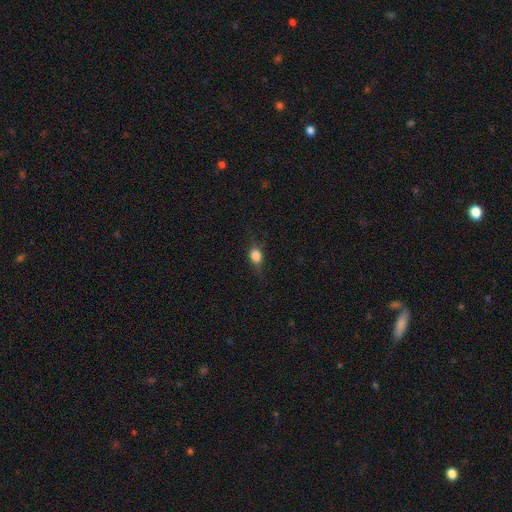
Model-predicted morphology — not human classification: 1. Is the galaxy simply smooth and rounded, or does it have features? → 71% smooth, 18% featured or disk, 11% star or artifact.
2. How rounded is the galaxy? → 53% in between, 41% round, 6% cigar-shaped.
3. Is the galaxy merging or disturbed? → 72% none, 21% minor disturbance, 7% major disturbance, 1% merger.